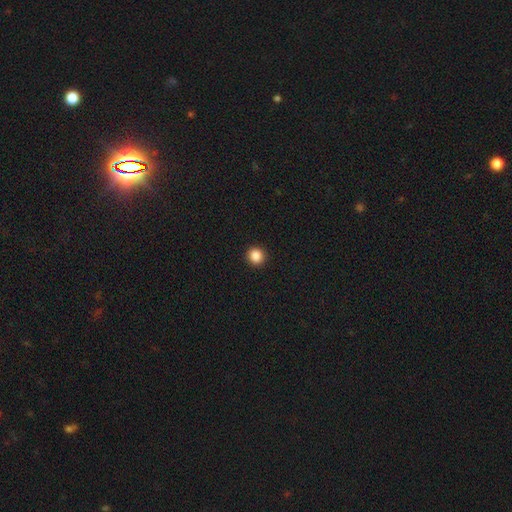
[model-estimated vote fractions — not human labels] Morphology: type=smooth (87%); roundness=round (92%); merging=none (93%).